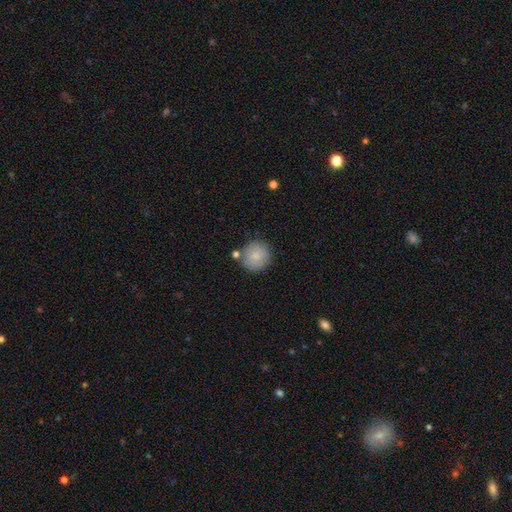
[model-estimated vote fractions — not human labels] Smooth or featured?
  - smooth: 82% *
  - featured or disk: 11%
  - star or artifact: 7%
How rounded?
  - round: 94% *
  - in between: 5%
  - cigar-shaped: 1%
Merging?
  - none: 77% *
  - minor disturbance: 12%
  - merger: 8%
  - major disturbance: 3%